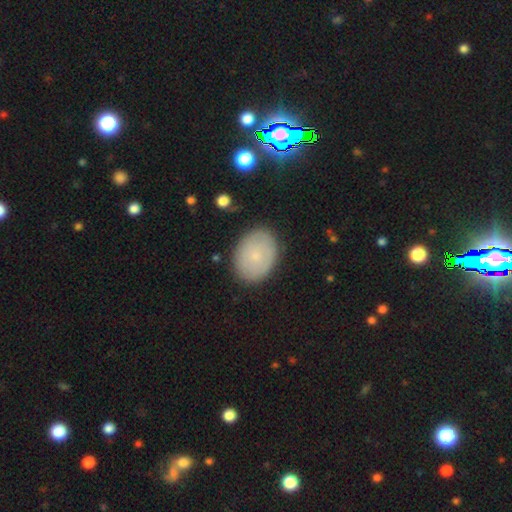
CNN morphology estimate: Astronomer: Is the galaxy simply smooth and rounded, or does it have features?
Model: smooth — 68%.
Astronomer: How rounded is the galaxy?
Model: in between — 73%.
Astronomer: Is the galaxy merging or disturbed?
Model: none — 85%.